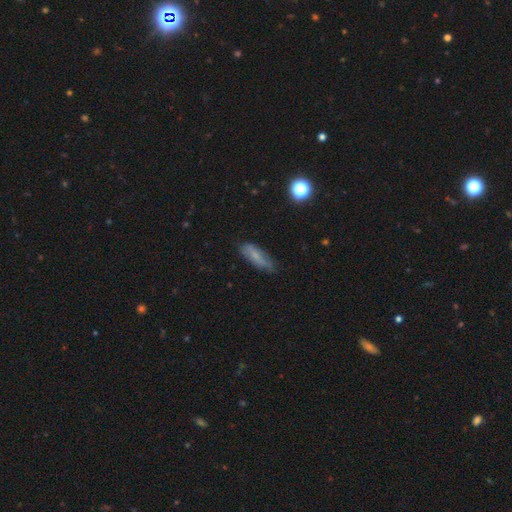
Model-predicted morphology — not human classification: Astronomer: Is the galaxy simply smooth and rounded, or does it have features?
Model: smooth — 64%.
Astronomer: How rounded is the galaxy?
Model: in between — 56% (runner-up: cigar-shaped, 41%).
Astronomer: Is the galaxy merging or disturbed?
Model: none — 68%.